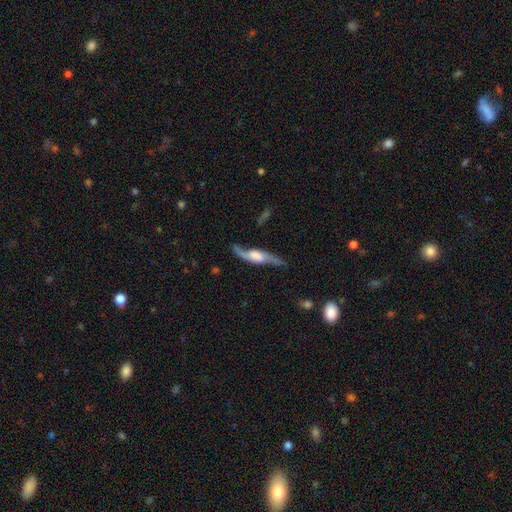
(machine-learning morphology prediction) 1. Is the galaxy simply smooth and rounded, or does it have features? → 82% featured or disk, 13% smooth, 6% star or artifact.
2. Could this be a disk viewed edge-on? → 56% no, 44% yes.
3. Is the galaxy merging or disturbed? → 71% none, 18% minor disturbance, 8% major disturbance, 2% merger.